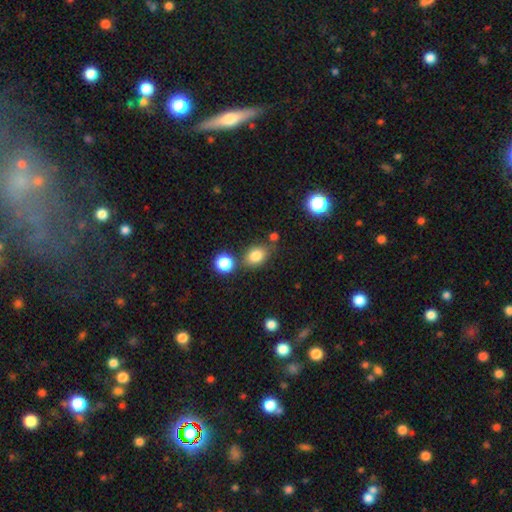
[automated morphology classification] A smooth galaxy with no disk features (82%) that is in between round and cigar-shaped (65%).

Vote fractions:
- Smooth or featured? smooth: 82% / star or artifact: 11% / featured or disk: 7%
- How rounded? in between: 65% / round: 34% / cigar-shaped: 1%
- Merging? none: 66% / minor disturbance: 16% / merger: 13% / major disturbance: 5%